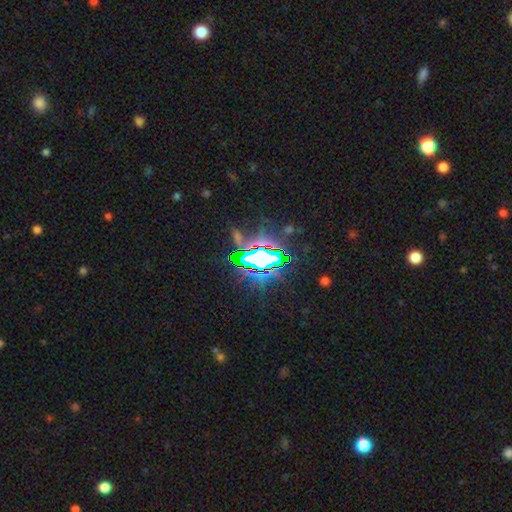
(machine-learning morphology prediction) This is likely a star or artifact rather than a galaxy (75%).